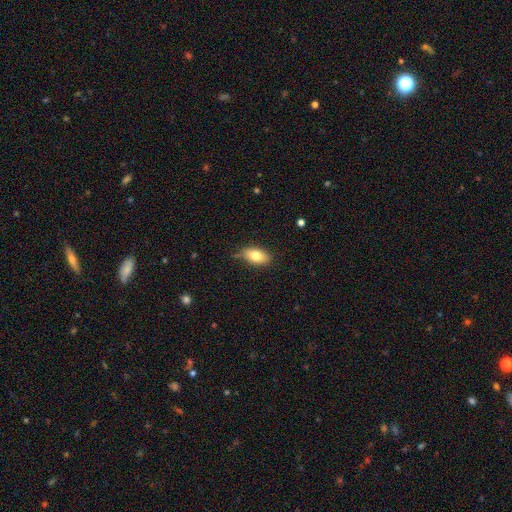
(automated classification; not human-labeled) Smooth or featured? smooth (78%)
How rounded? in between (90%)
Merging? none (73%)